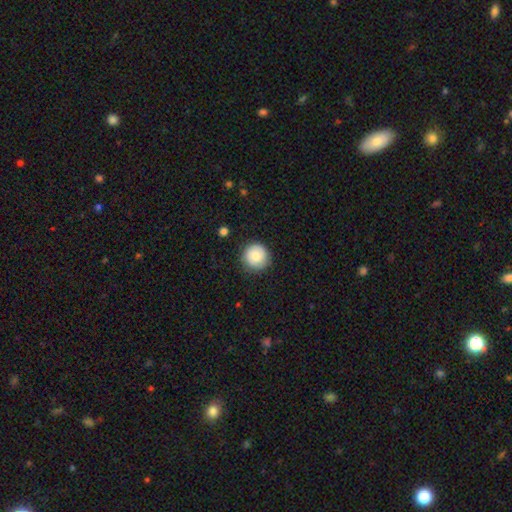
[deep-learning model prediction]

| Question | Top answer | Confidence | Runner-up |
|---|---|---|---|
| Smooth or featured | smooth | 80% | featured or disk (12%) |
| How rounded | round | 95% | in between (4%) |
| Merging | none | 86% | minor disturbance (10%) |